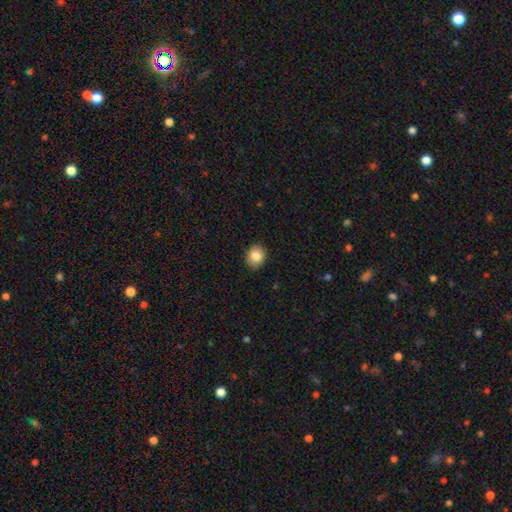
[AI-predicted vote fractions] Smooth or featured?
  - smooth: 85% *
  - star or artifact: 9%
  - featured or disk: 6%
How rounded?
  - round: 65% *
  - in between: 34%
  - cigar-shaped: 1%
Merging?
  - none: 89% *
  - minor disturbance: 8%
  - major disturbance: 2%
  - merger: 1%